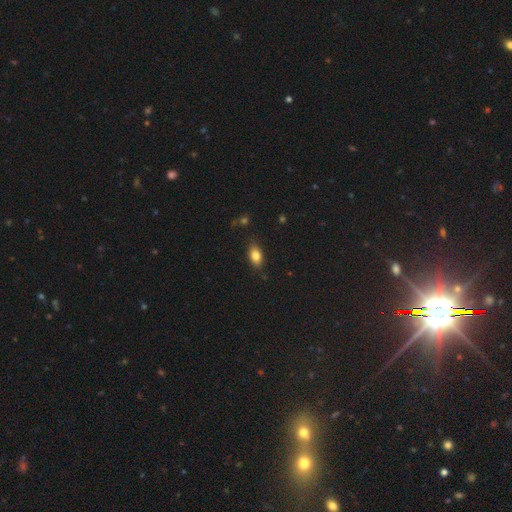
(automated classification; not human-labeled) Overall: smooth (81%). How rounded: in between (86%). Merging: none (81%).